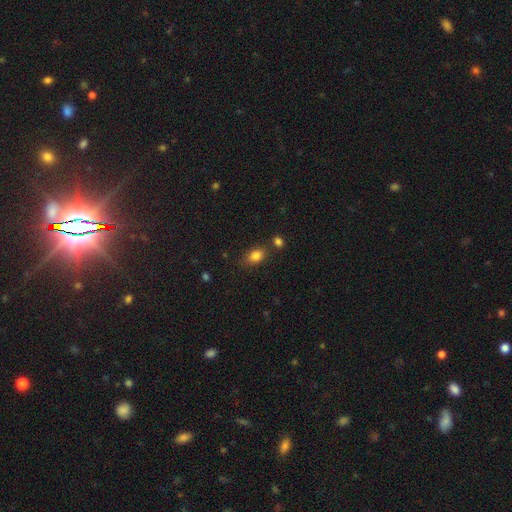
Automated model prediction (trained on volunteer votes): This appears to be a smooth galaxy with no disk features (83%) that is in between round and cigar-shaped (78%). Merging: none (73%).